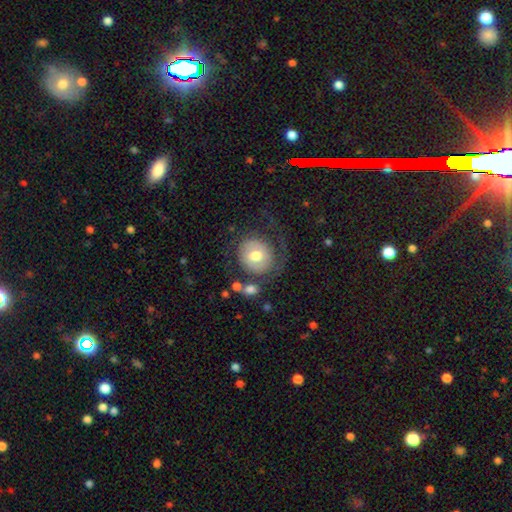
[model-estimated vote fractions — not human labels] Smooth or featured? Predicted: smooth (p=0.54). How rounded? Predicted: round (p=0.82). Merging? Predicted: none (p=0.52).